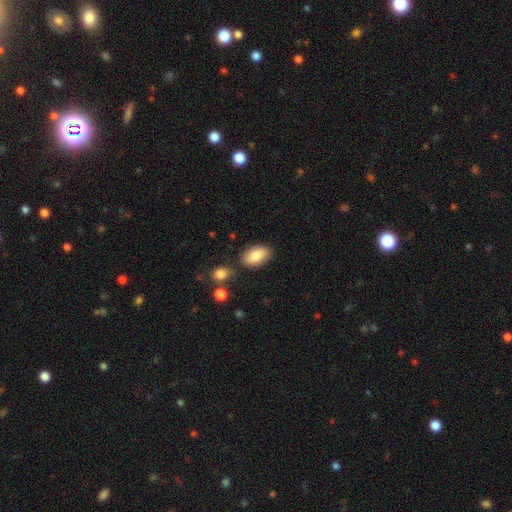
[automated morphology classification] This appears to be a smooth galaxy with no disk features (84%) that is in between round and cigar-shaped (92%). Merging: none (81%).